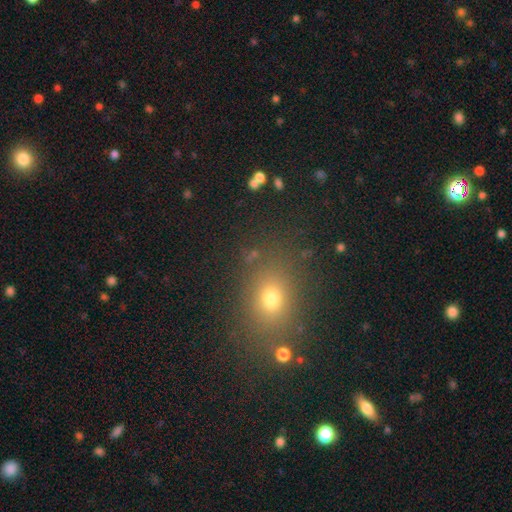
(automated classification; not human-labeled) smooth 64%, star or artifact 27%, featured or disk 9%. Down the decision tree: how rounded — in between (53%); merging — none (82%).